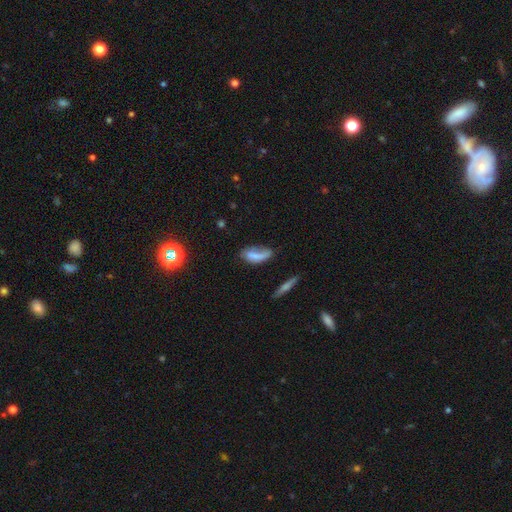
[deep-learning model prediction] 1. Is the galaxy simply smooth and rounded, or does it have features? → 63% smooth, 27% featured or disk, 10% star or artifact.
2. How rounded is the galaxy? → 80% in between, 16% cigar-shaped, 3% round.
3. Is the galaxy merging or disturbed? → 42% none, 32% minor disturbance, 19% major disturbance, 7% merger.